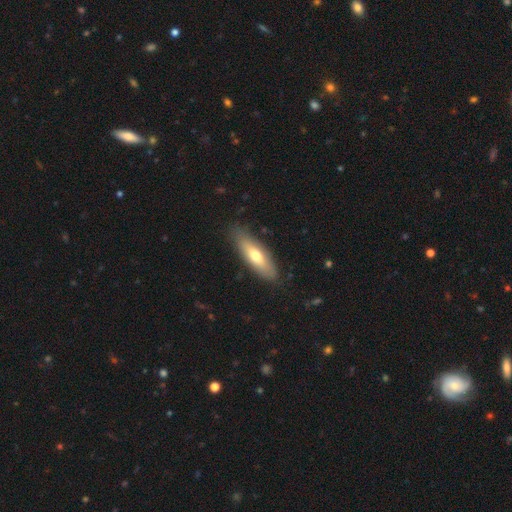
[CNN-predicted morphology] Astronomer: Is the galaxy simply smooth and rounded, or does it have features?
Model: smooth — 62%.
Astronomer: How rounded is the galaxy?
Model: in between — 53% (runner-up: cigar-shaped, 45%).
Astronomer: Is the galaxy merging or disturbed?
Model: none — 83%.